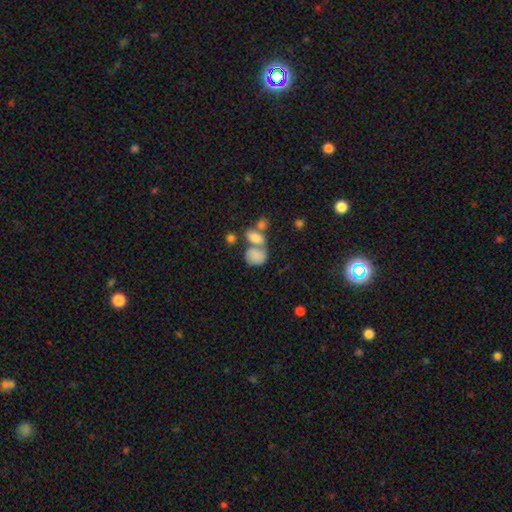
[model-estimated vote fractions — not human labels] smooth-or-featured: smooth: 78% | featured or disk: 12% | star or artifact: 9%
  how-rounded: in between: 62% | round: 36% | cigar-shaped: 2%
  merging: merger: 53% | none: 26% | minor disturbance: 12% | major disturbance: 9%